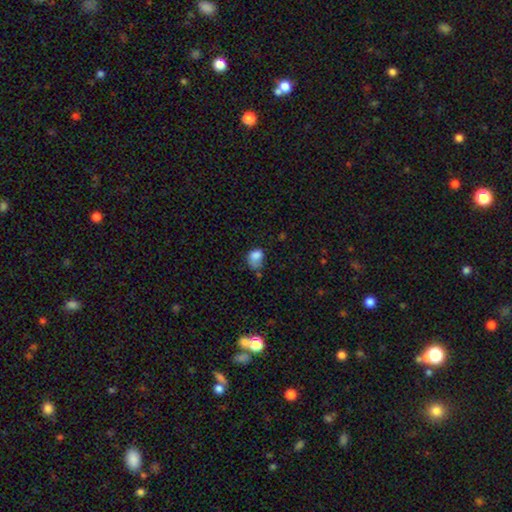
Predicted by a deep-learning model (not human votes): Smooth or featured: smooth — 78% (featured or disk — 11%)
How rounded: in between — 64% (round — 35%)
Merging: minor disturbance — 34% (none — 30%)